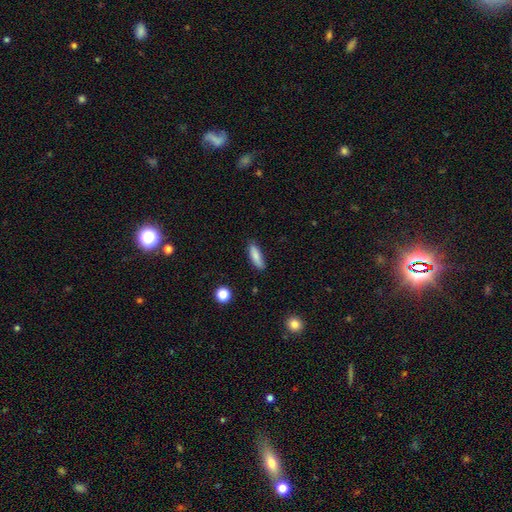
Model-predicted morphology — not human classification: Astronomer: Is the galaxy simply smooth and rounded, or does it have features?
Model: smooth — 84%.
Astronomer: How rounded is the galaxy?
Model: cigar-shaped — 58% (runner-up: in between, 40%).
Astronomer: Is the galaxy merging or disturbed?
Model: none — 82%.